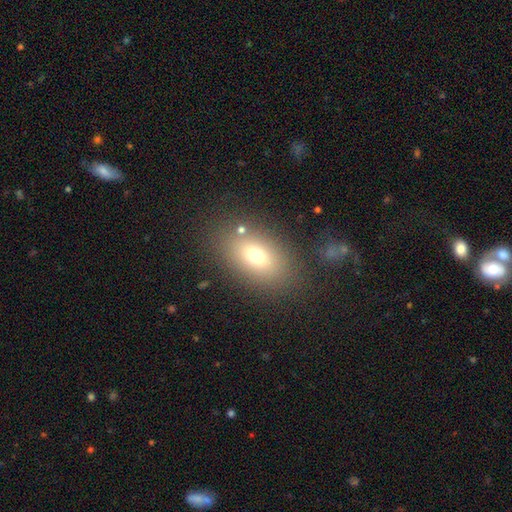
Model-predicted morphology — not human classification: Smooth or featured?
  - smooth: 72% *
  - featured or disk: 15%
  - star or artifact: 13%
How rounded?
  - in between: 83% *
  - round: 15%
  - cigar-shaped: 2%
Merging?
  - none: 79% *
  - minor disturbance: 11%
  - major disturbance: 5%
  - merger: 5%